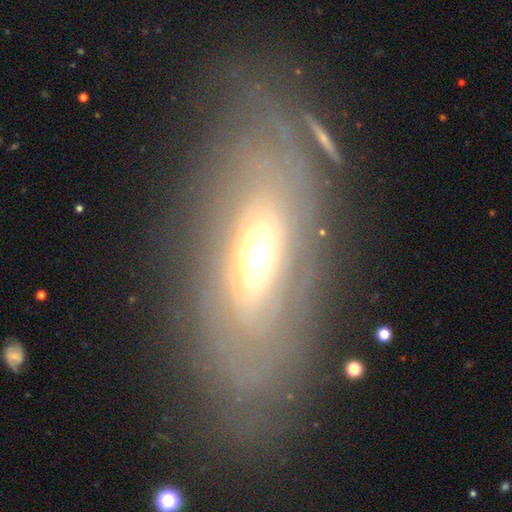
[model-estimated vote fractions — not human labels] smooth-or-featured: featured or disk: 67% | smooth: 24% | star or artifact: 8%
  disk-edge-on: no: 82% | yes: 18%
    bar: no: 79% | weak: 14% | strong: 7%
    has-spiral-arms: no: 57% | yes: 43%
    bulge-size: moderate: 60% | large: 23% | small: 12% | dominant: 3% | none: 1%
  merging: none: 71% | minor disturbance: 15% | major disturbance: 11% | merger: 3%